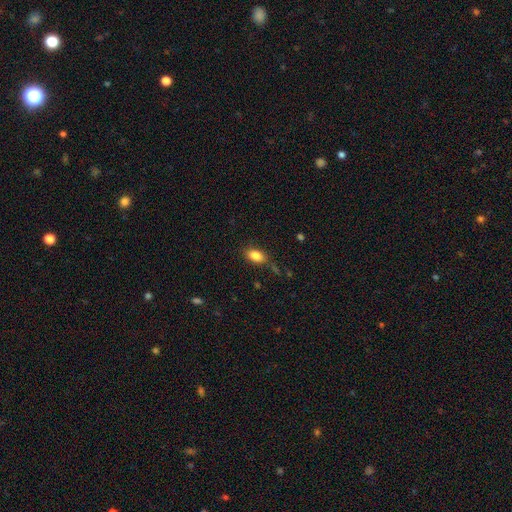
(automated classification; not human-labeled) Smooth or featured?
  - smooth: 85% *
  - star or artifact: 8%
  - featured or disk: 7%
How rounded?
  - in between: 89% *
  - round: 7%
  - cigar-shaped: 4%
Merging?
  - none: 78% *
  - minor disturbance: 15%
  - major disturbance: 4%
  - merger: 3%